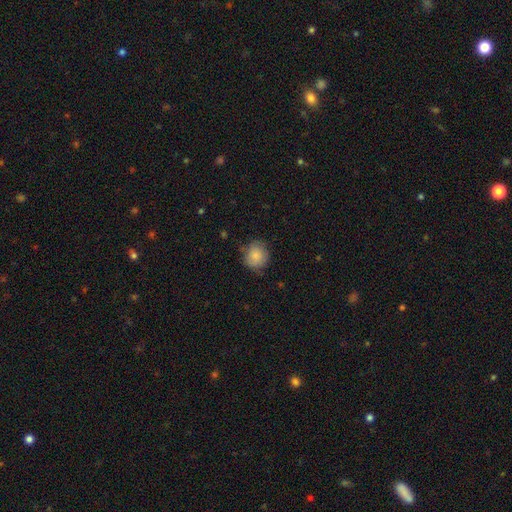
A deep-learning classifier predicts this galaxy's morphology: smooth-or-featured: smooth: 81% | featured or disk: 11% | star or artifact: 7%
  how-rounded: round: 84% | in between: 15% | cigar-shaped: 1%
  merging: none: 73% | minor disturbance: 21% | major disturbance: 5% | merger: 1%